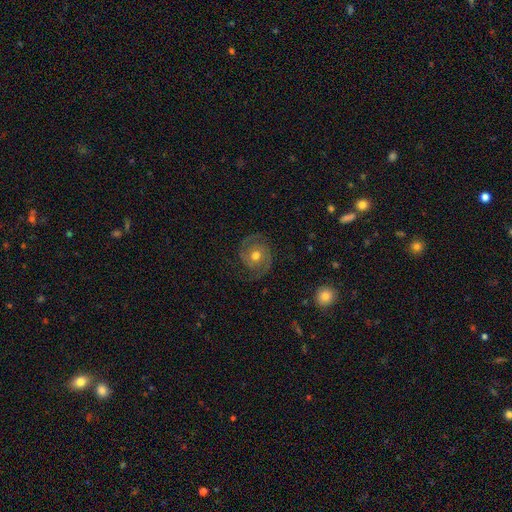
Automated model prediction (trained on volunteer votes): The model was most divided on "spiral winding": medium: 48%, tight: 37%, loose: 15%. More confident: edge-on disk — no (98%); spiral arms — yes (96%); spiral arm count — 2 (91%); smooth or featured — featured or disk (82%); merging — none (79%); bulge size — moderate (78%); bar — no (73%).